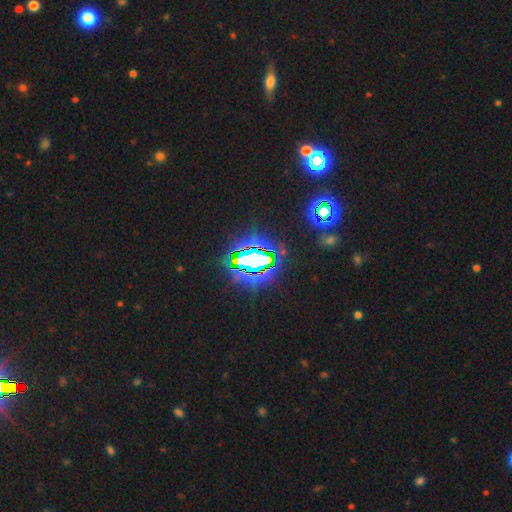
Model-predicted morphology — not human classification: Smooth or featured?
  - star or artifact: 78% *
  - smooth: 12%
  - featured or disk: 10%